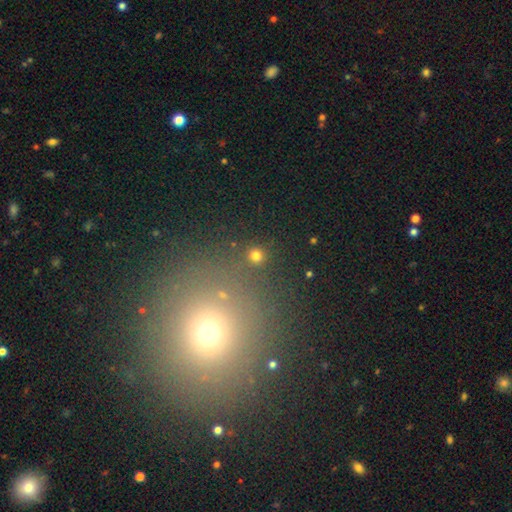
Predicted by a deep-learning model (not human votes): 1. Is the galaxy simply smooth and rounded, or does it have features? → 78% smooth, 17% star or artifact, 5% featured or disk.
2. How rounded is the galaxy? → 95% round, 4% in between, 1% cigar-shaped.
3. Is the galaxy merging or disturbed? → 88% none, 5% minor disturbance, 4% merger, 3% major disturbance.